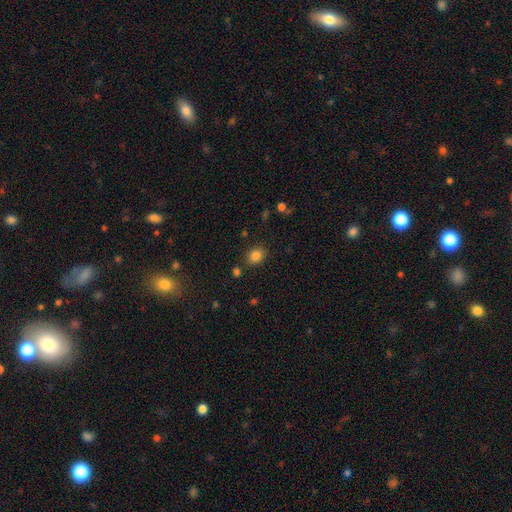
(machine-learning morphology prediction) The model was most divided on "how rounded": round: 62%, in between: 37%, cigar-shaped: 1%. More confident: smooth or featured — smooth (84%); merging — none (83%).